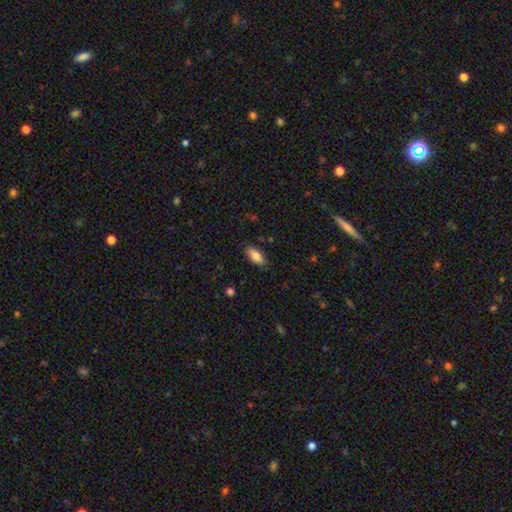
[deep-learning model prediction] Q: Smooth or featured?
A: smooth (84%); runner-up: featured or disk (9%)
Q: How rounded?
A: in between (88%); runner-up: cigar-shaped (9%)
Q: Merging?
A: none (84%); runner-up: minor disturbance (13%)